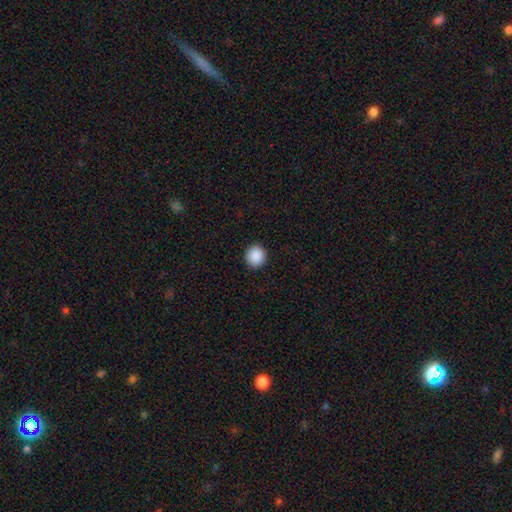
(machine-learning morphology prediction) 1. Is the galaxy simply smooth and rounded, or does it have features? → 90% smooth, 8% star or artifact, 2% featured or disk.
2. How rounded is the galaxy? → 91% round, 8% in between, 1% cigar-shaped.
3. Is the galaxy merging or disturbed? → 93% none, 5% minor disturbance, 2% major disturbance, 1% merger.